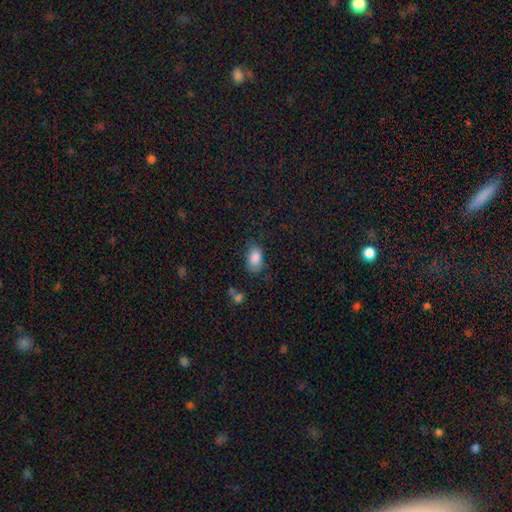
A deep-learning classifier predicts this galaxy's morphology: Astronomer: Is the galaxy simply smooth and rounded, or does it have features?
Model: smooth — 85%.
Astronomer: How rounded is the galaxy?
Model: in between — 87%.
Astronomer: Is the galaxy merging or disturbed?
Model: none — 68%.